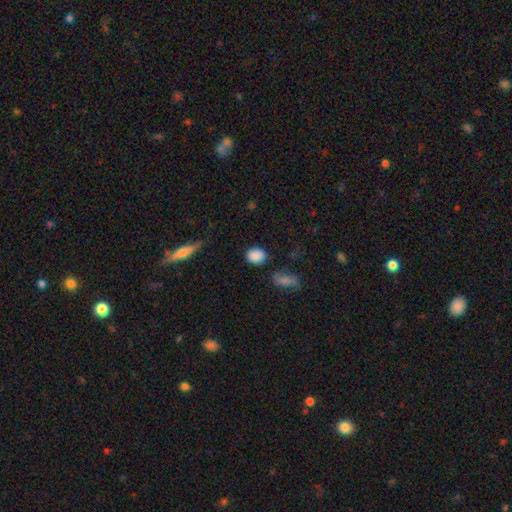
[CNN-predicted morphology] smooth-or-featured: smooth: 87% | star or artifact: 8% | featured or disk: 4%
  how-rounded: round: 51% | in between: 48% | cigar-shaped: 2%
  merging: none: 80% | minor disturbance: 12% | major disturbance: 4% | merger: 4%